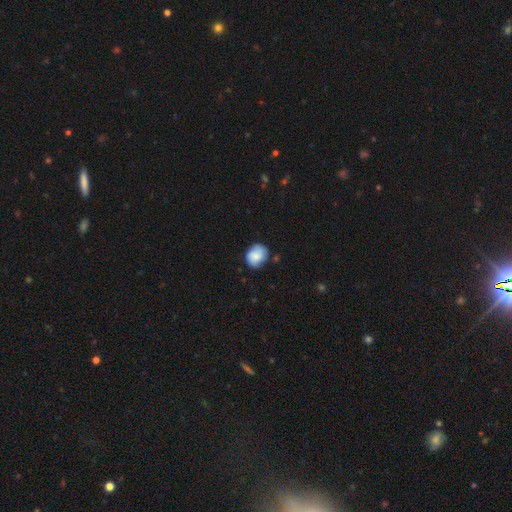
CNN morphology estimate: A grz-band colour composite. It shows a smooth galaxy with no disk features (76%) that is round (60%). Merging: none (71%).